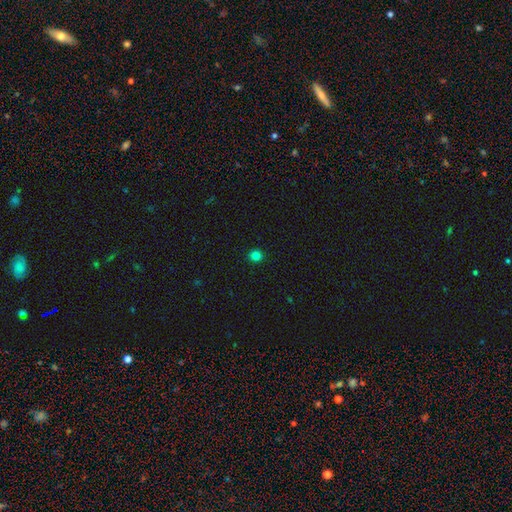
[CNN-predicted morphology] This is clearly a smooth galaxy (81%). How rounded: clearly round (92%). Merging: clearly none (93%).